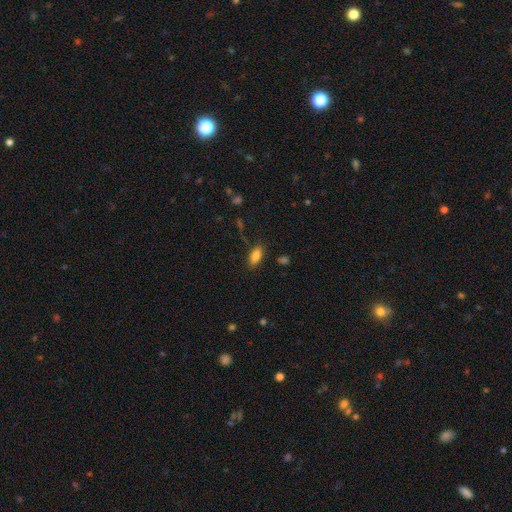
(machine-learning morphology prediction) type=smooth (84%); roundness=in between (88%); merging=none (82%).